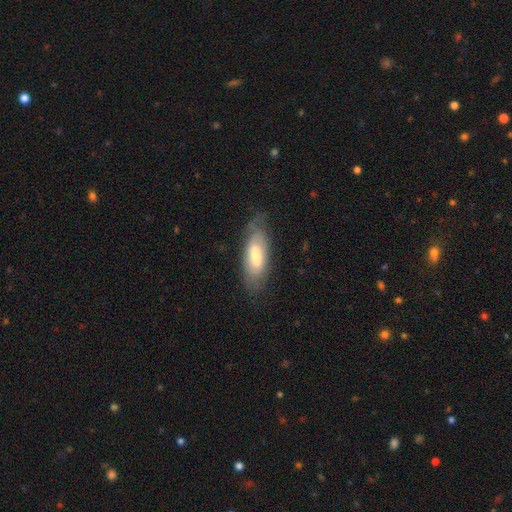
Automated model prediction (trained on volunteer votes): smooth 55%, featured or disk 38%, star or artifact 7%. Down the decision tree: how rounded — in between (70%); merging — none (66%).